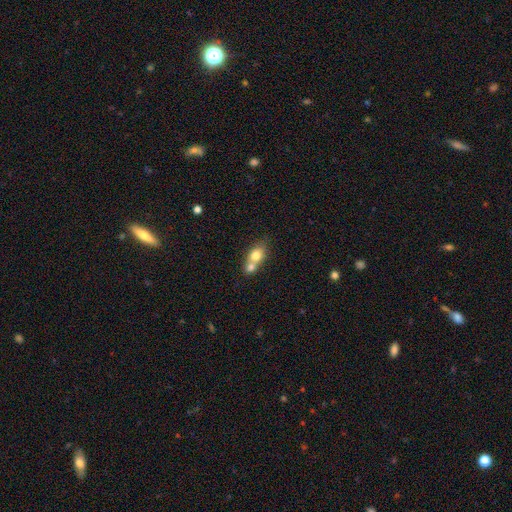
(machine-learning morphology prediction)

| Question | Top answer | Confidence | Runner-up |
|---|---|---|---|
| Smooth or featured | smooth | 73% | featured or disk (19%) |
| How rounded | in between | 57% | round (39%) |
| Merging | merger | 64% | none (25%) |